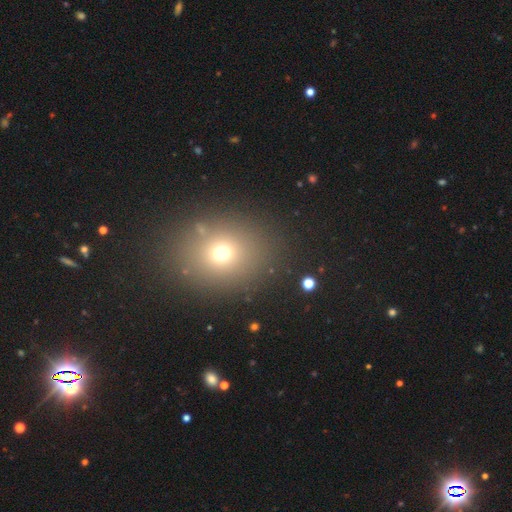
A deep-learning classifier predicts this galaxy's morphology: Overall: smooth (60%; star or artifact 32%). How rounded: round (54%; in between 44%). Merging: none (88%).